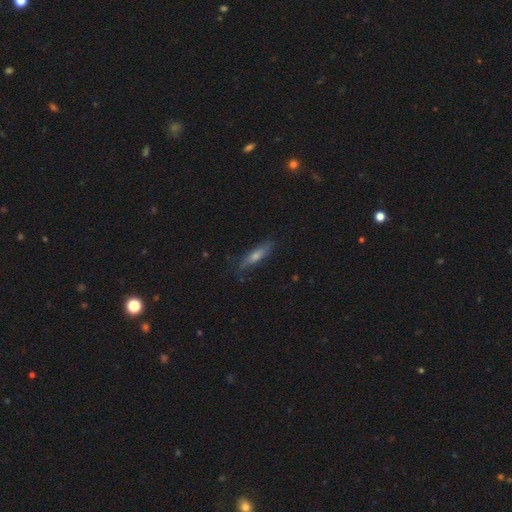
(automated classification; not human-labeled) A smooth galaxy with no disk features (48%).

Vote fractions:
- Smooth or featured? smooth: 48% / featured or disk: 42% / star or artifact: 11%
- Merging? none: 77% / minor disturbance: 17% / major disturbance: 4% / merger: 1%